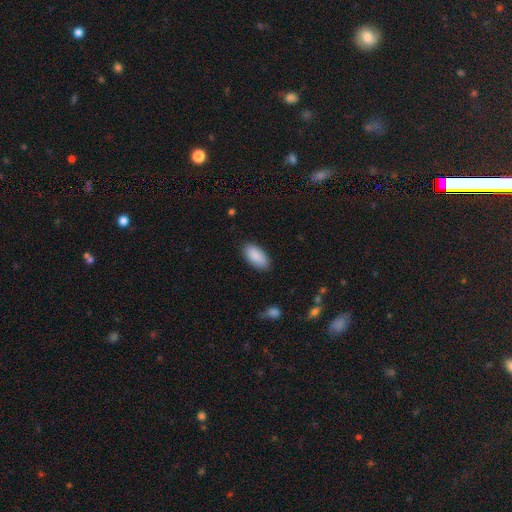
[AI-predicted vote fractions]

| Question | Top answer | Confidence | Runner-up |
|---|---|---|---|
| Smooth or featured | smooth | 90% | star or artifact (6%) |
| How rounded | in between | 92% | cigar-shaped (6%) |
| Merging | none | 86% | minor disturbance (10%) |